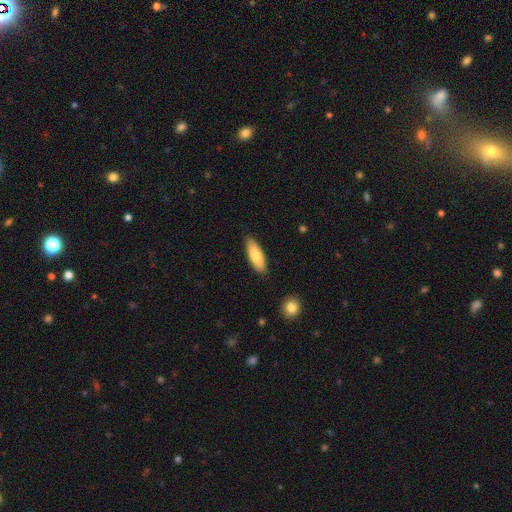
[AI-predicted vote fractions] Smooth or featured? smooth (77%)
How rounded? in between (63%)
Merging? none (85%)